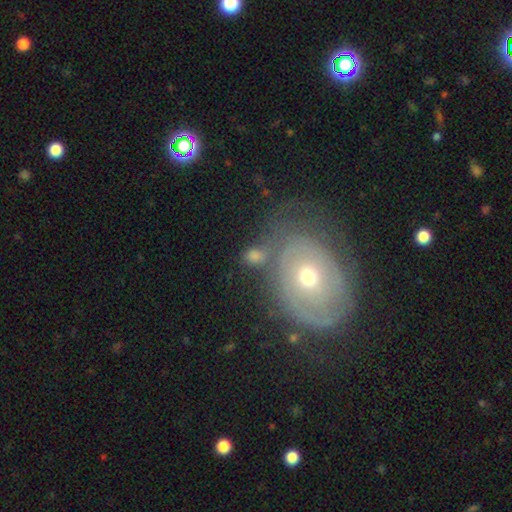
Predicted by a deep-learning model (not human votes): Smooth or featured: smooth — 46% (featured or disk — 43%)
Merging: none — 52% (minor disturbance — 18%)